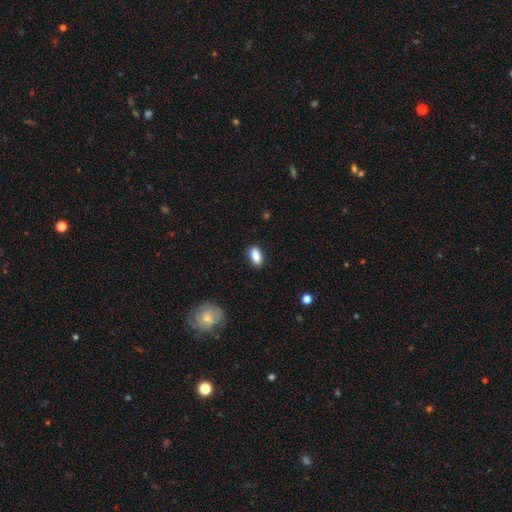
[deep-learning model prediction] This appears to be a smooth galaxy with no disk features (88%) that is in between round and cigar-shaped (89%). Merging: none (84%).